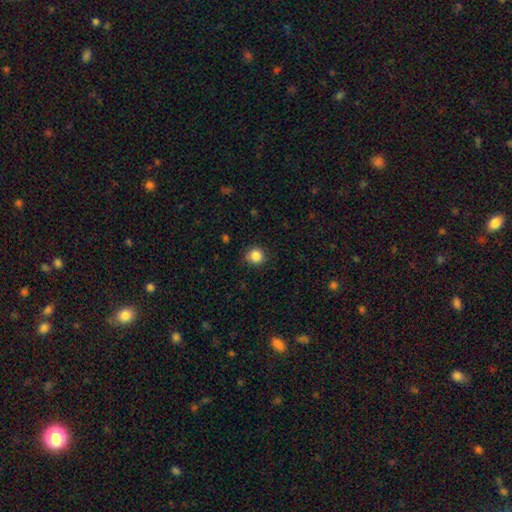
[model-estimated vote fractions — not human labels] A smooth galaxy with no disk features (86%) that is round (89%). Merging: none (88%).